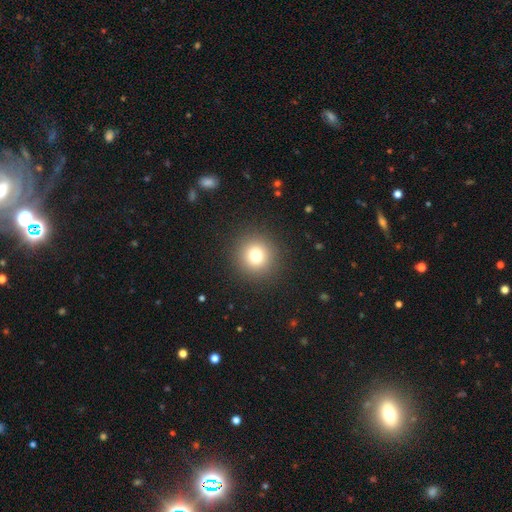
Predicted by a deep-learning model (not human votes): A smooth galaxy with no disk features (77%) that is round (94%).

Vote fractions:
- Smooth or featured? smooth: 77% / star or artifact: 14% / featured or disk: 9%
- How rounded? round: 94% / in between: 5% / cigar-shaped: 1%
- Merging? none: 91% / minor disturbance: 5% / major disturbance: 3% / merger: 1%